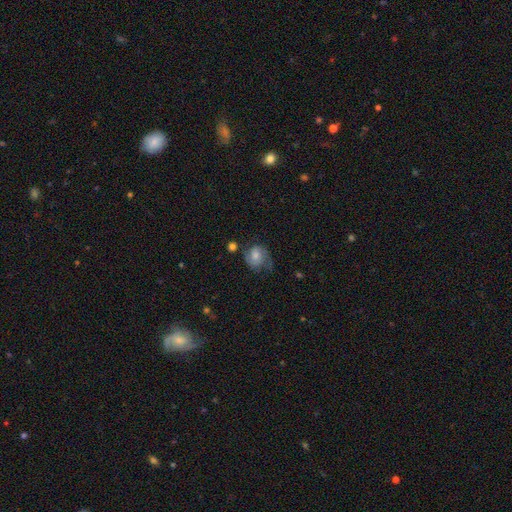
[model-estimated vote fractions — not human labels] Smooth or featured? Predicted: featured or disk (p=0.61). Edge-on disk? Predicted: no (p=0.98). Bar? Predicted: no (p=0.66). Spiral arms? Predicted: yes (p=0.91). Spiral winding? Predicted: medium (p=0.45). Spiral arm count? Predicted: 2 (p=0.76). Bulge size? Predicted: moderate (p=0.49). Merging? Predicted: none (p=0.55).